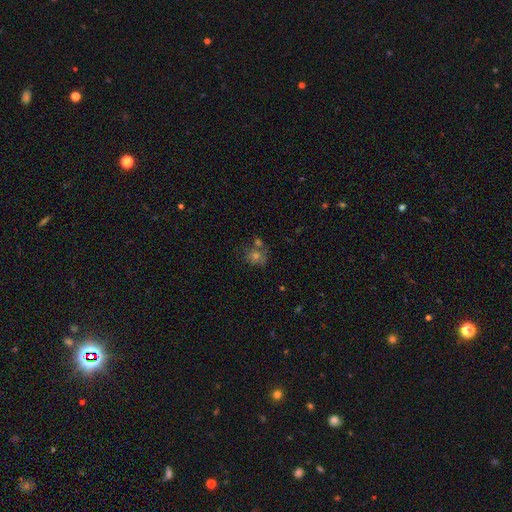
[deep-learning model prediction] Smooth or featured?
  - smooth: 47% *
  - featured or disk: 27%
  - star or artifact: 26%
Merging?
  - none: 54% *
  - merger: 21%
  - minor disturbance: 16%
  - major disturbance: 9%